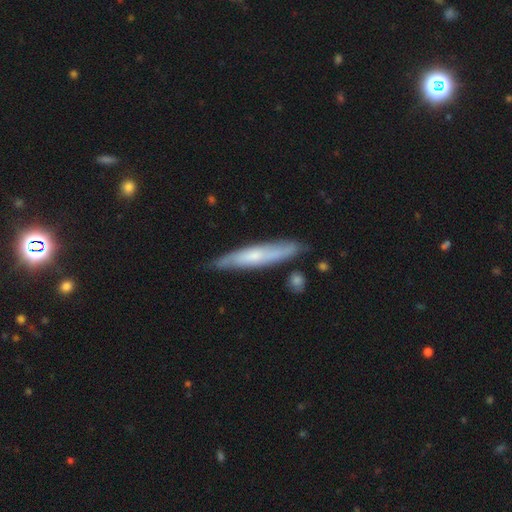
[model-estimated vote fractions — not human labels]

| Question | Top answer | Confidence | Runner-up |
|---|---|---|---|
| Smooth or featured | featured or disk | 49% | smooth (46%) |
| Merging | none | 79% | minor disturbance (15%) |